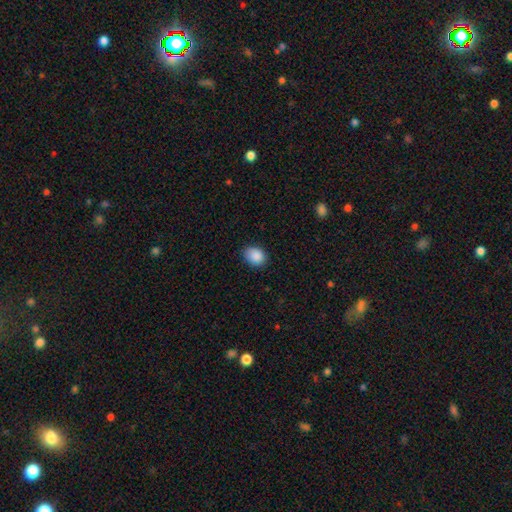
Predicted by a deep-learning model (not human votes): This is clearly a smooth galaxy (89%). How rounded: possibly in between (55%). Merging: clearly none (83%).